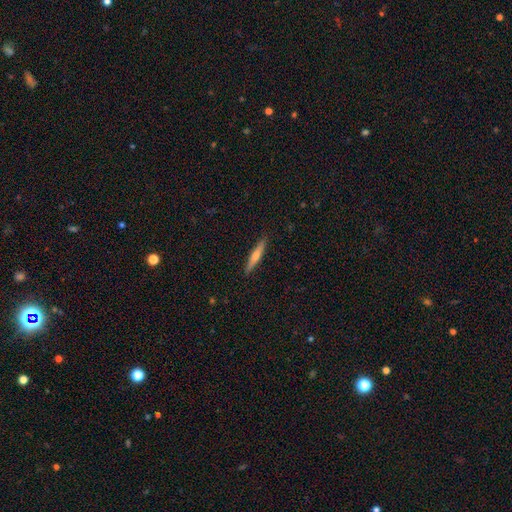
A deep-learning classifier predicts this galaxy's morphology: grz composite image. It shows a smooth galaxy with no disk features (57%) that is cigar-shaped (91%). Merging: none (90%).